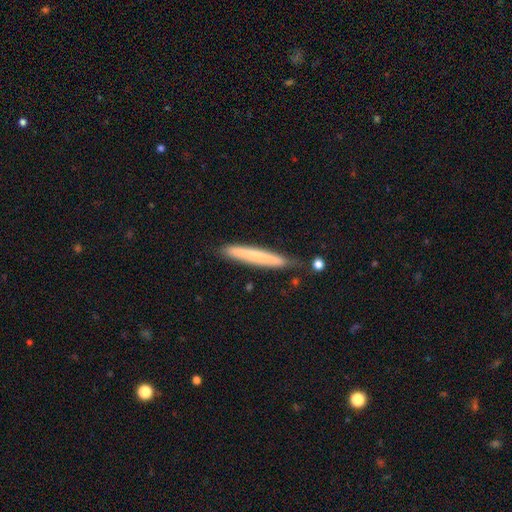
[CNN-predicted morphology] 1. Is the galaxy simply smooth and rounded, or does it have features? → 62% smooth, 31% featured or disk, 6% star or artifact.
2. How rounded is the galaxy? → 95% cigar-shaped, 4% in between, 1% round.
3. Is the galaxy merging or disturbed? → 79% none, 15% minor disturbance, 4% merger, 3% major disturbance.